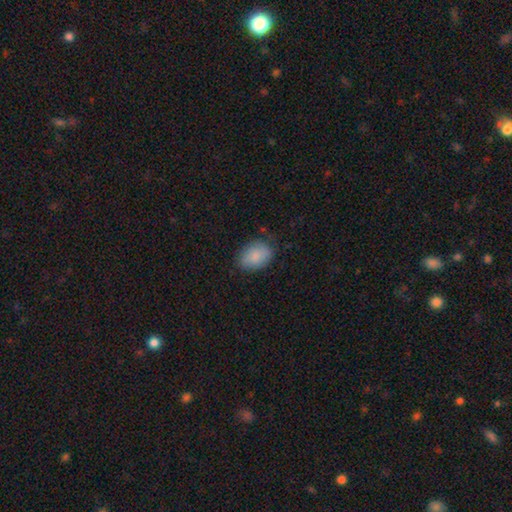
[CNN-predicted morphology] smooth-or-featured: smooth: 85% | featured or disk: 8% | star or artifact: 7%
  how-rounded: in between: 78% | round: 21% | cigar-shaped: 1%
  merging: none: 75% | minor disturbance: 19% | major disturbance: 4% | merger: 1%